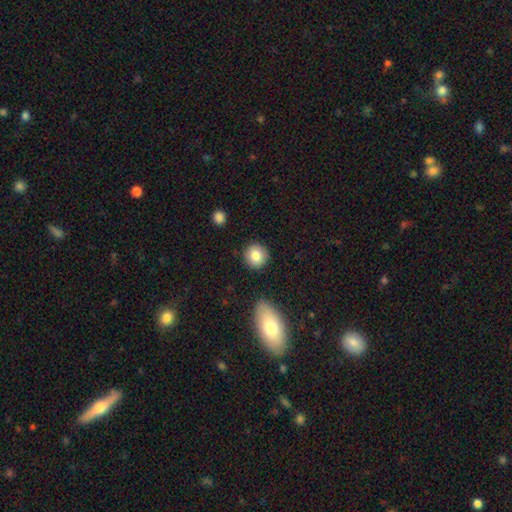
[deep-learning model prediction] This appears to be a smooth galaxy with no disk features (83%) that is round (91%). Merging: none (89%).